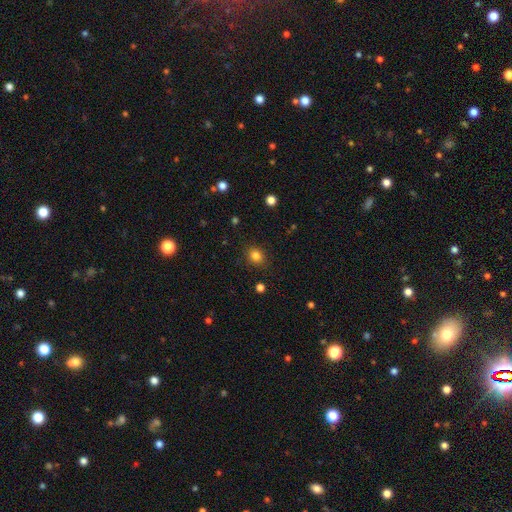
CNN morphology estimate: Smooth or featured?
  - smooth: 82% *
  - star or artifact: 12%
  - featured or disk: 5%
How rounded?
  - round: 64% *
  - in between: 35%
  - cigar-shaped: 1%
Merging?
  - none: 87% *
  - minor disturbance: 9%
  - major disturbance: 3%
  - merger: 1%